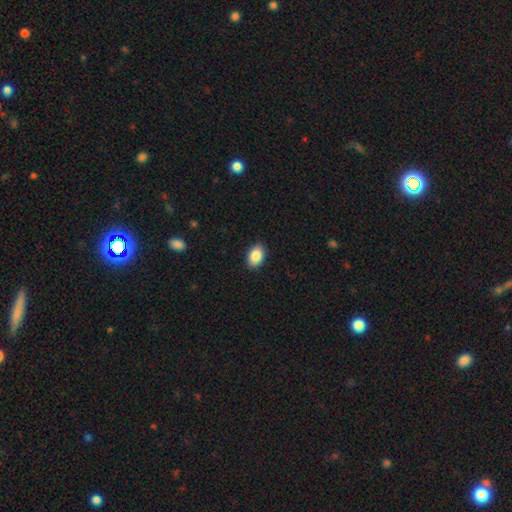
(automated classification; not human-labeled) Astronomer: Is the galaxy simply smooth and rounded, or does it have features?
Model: smooth — 88%.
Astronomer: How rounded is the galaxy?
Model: in between — 86%.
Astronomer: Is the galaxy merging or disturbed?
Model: none — 89%.